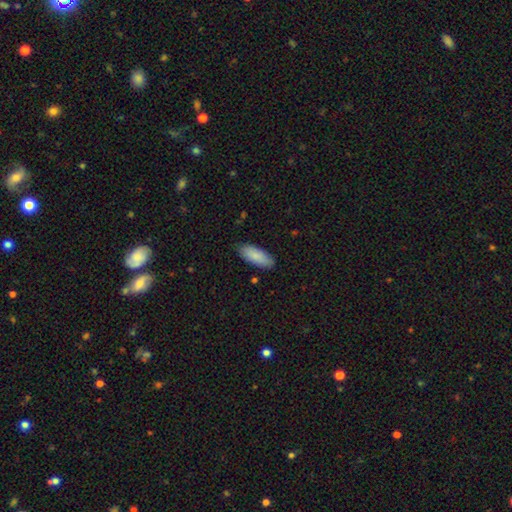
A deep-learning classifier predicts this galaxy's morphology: Q: Smooth or featured?
A: smooth (88%); runner-up: featured or disk (7%)
Q: How rounded?
A: in between (78%); runner-up: cigar-shaped (20%)
Q: Merging?
A: none (85%); runner-up: minor disturbance (12%)